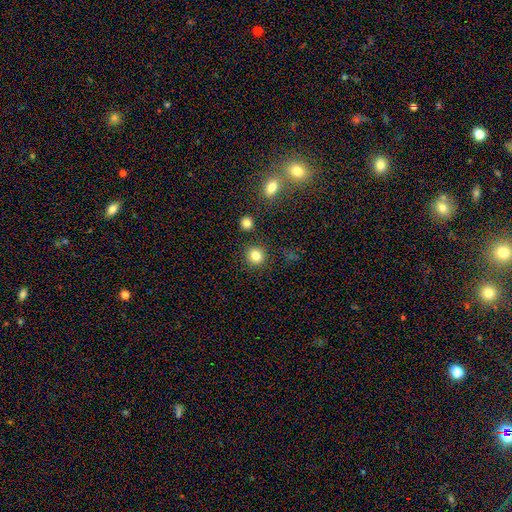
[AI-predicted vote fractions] This is clearly a smooth galaxy (83%). How rounded: clearly round (90%). Merging: clearly none (88%).